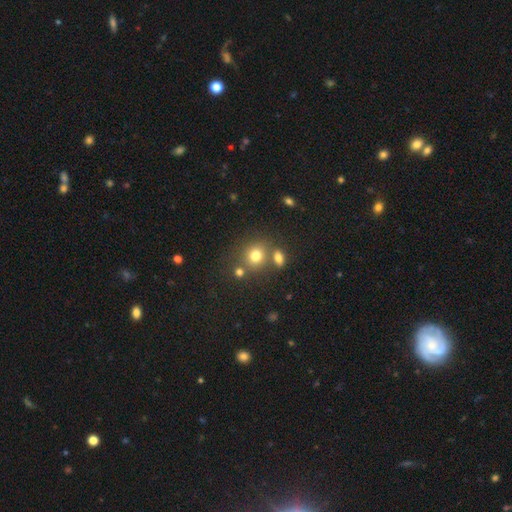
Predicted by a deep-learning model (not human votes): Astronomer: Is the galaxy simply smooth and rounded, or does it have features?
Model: smooth — 76%.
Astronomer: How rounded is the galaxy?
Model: round — 78%.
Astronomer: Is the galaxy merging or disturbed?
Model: none — 61%.